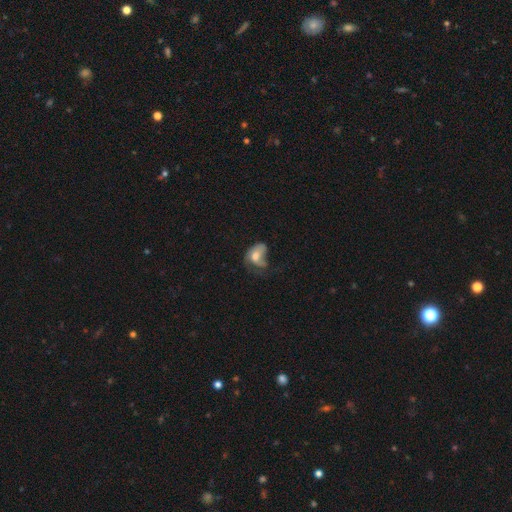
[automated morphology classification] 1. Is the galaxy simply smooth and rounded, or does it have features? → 55% smooth, 37% featured or disk, 8% star or artifact.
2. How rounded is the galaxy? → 78% in between, 20% round, 2% cigar-shaped.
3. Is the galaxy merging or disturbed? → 47% major disturbance, 26% minor disturbance, 22% none, 4% merger.